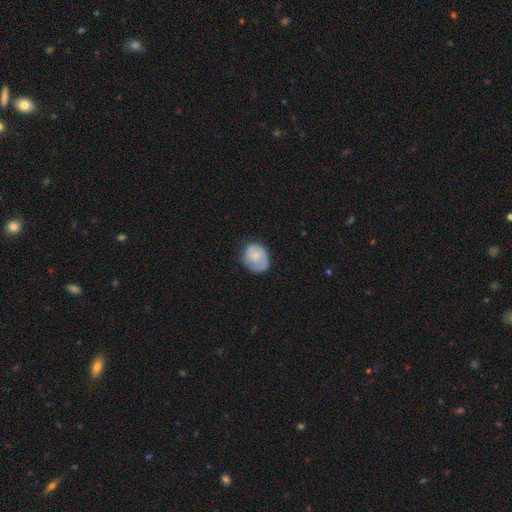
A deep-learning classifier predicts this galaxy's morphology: A smooth galaxy with no disk features (65%) that is round (58%).

Vote fractions:
- Smooth or featured? smooth: 65% / featured or disk: 28% / star or artifact: 7%
- How rounded? round: 58% / in between: 41% / cigar-shaped: 1%
- Merging? none: 60% / minor disturbance: 28% / major disturbance: 11% / merger: 1%